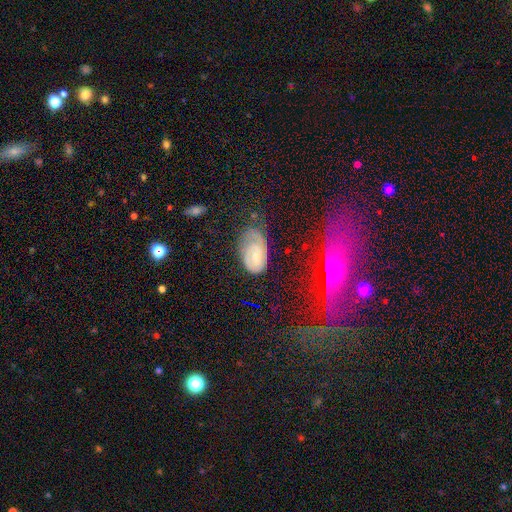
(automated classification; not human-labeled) Q: Smooth or featured?
A: featured or disk (62%); runner-up: smooth (29%)
Q: Edge-on disk?
A: no (95%); runner-up: yes (5%)
Q: Bar?
A: no (51%); runner-up: weak (40%)
Q: Spiral arms?
A: yes (85%); runner-up: no (15%)
Q: Spiral winding?
A: tight (59%); runner-up: medium (30%)
Q: Spiral arm count?
A: 2 (41%); runner-up: can't tell (29%)
Q: Bulge size?
A: small (59%); runner-up: moderate (32%)
Q: Merging?
A: none (52%); runner-up: minor disturbance (30%)